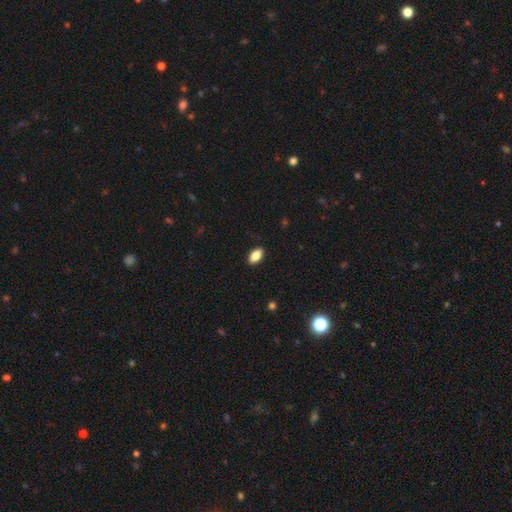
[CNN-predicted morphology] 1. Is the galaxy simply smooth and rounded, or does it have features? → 86% smooth, 7% star or artifact, 7% featured or disk.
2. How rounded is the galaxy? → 92% in between, 4% round, 4% cigar-shaped.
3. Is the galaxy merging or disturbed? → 89% none, 9% minor disturbance, 2% major disturbance, 1% merger.